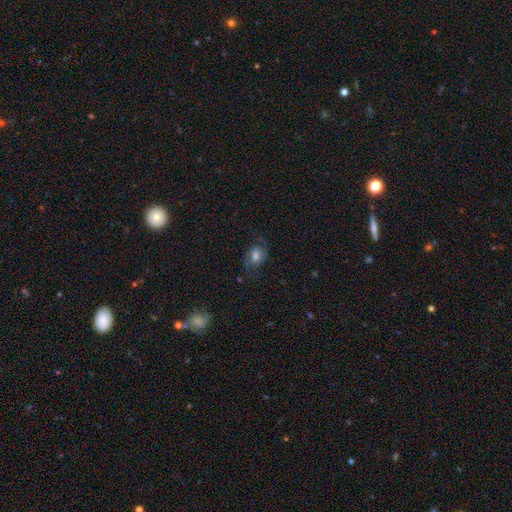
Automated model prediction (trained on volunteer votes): Smooth or featured? Predicted: featured or disk (p=0.49). Merging? Predicted: none (p=0.65).